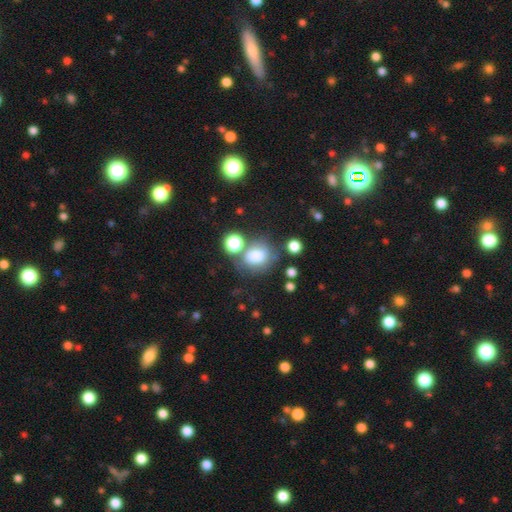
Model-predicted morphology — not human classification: type=smooth (73%); roundness=round (57%); merging=none (56%).